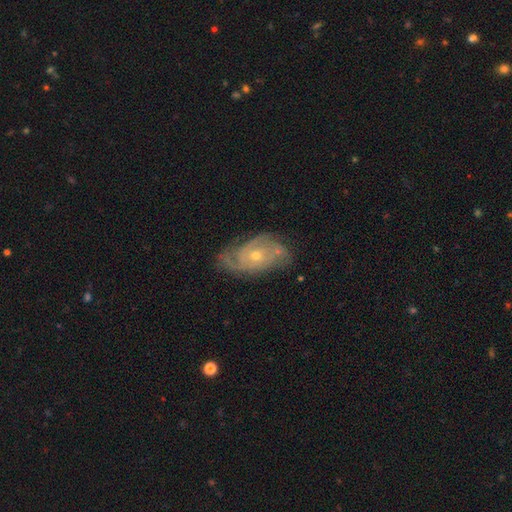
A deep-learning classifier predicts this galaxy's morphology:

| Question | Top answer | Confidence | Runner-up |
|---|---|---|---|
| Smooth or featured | featured or disk | 84% | smooth (10%) |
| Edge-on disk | no | 95% | yes (5%) |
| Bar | no | 76% | weak (20%) |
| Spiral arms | yes | 94% | no (6%) |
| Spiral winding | tight | 54% | medium (35%) |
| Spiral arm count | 2 | 35% | 3 (26%) |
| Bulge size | small | 53% | moderate (44%) |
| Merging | none | 64% | minor disturbance (24%) |